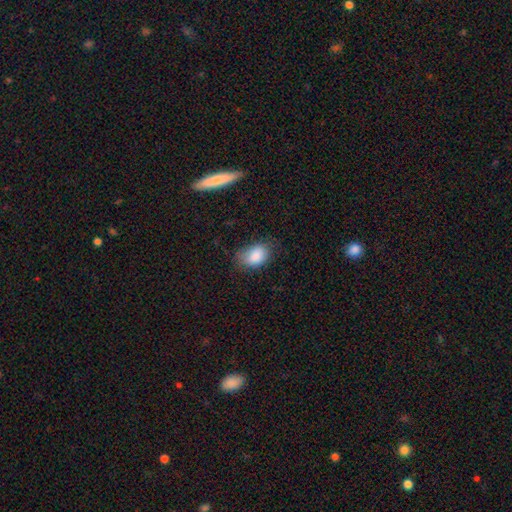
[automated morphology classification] smooth_or_featured: smooth (p=0.86) [alt: star or artifact p=0.08]
how_rounded: in between (p=0.82) [alt: round p=0.17]
merging: none (p=0.67) [alt: minor disturbance p=0.25]